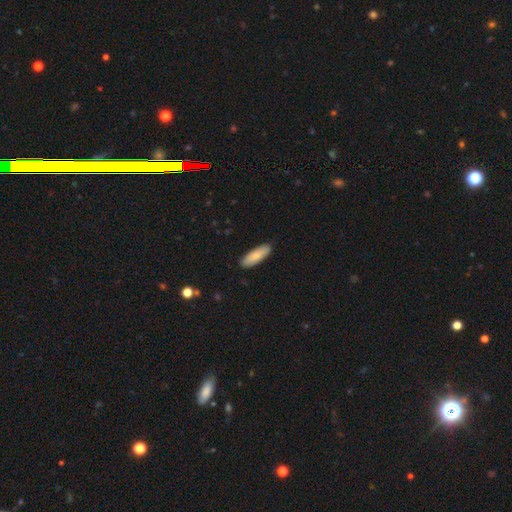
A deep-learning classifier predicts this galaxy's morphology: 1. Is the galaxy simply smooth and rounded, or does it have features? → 84% smooth, 11% featured or disk, 5% star or artifact.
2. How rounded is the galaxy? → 58% in between, 41% cigar-shaped, 2% round.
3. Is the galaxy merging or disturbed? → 89% none, 8% minor disturbance, 2% major disturbance, 1% merger.